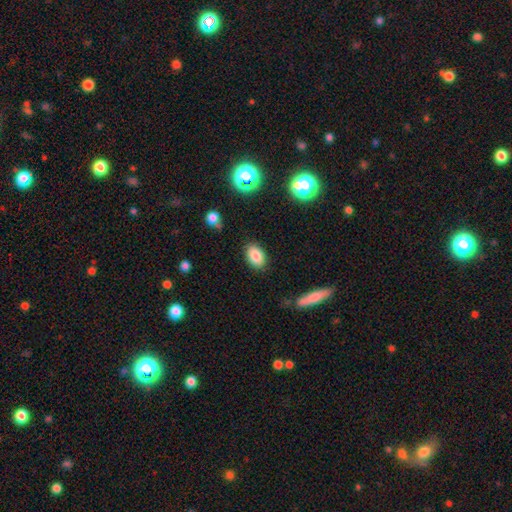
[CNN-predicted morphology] smooth 84%, star or artifact 9%, featured or disk 7%. Down the decision tree: how rounded — in between (88%); merging — none (86%).